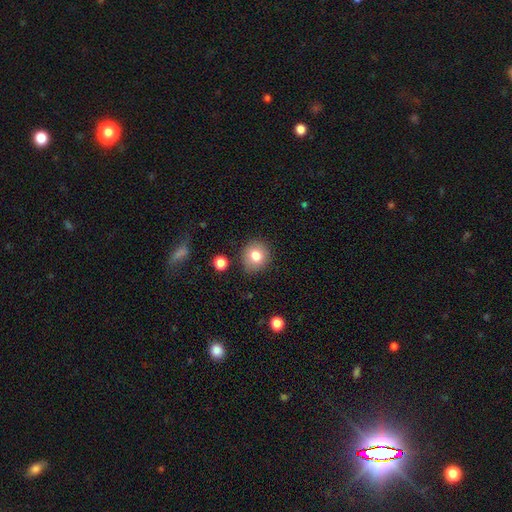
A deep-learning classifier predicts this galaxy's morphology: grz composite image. It shows a smooth galaxy with no disk features (79%) that is round (81%). Merging: none (84%).